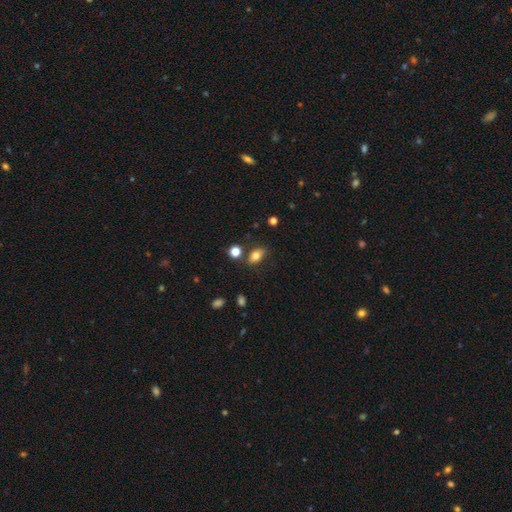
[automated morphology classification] smooth_or_featured: smooth (p=0.75) [alt: featured or disk p=0.14]
how_rounded: in between (p=0.79) [alt: round p=0.18]
merging: none (p=0.72) [alt: minor disturbance p=0.17]